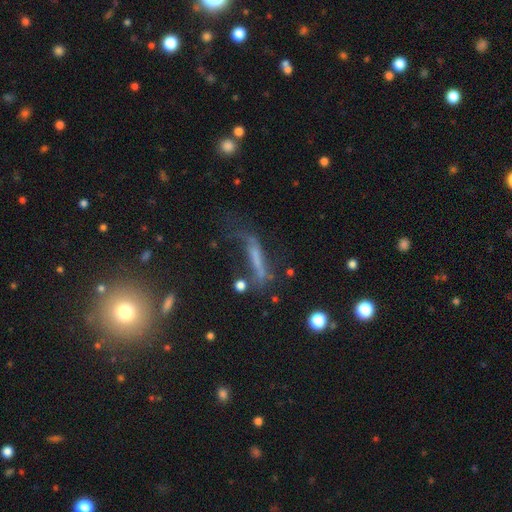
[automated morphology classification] The model was most divided on "smooth or featured": smooth: 43%, featured or disk: 37%, star or artifact: 21%. Remaining: merging — none (37%).